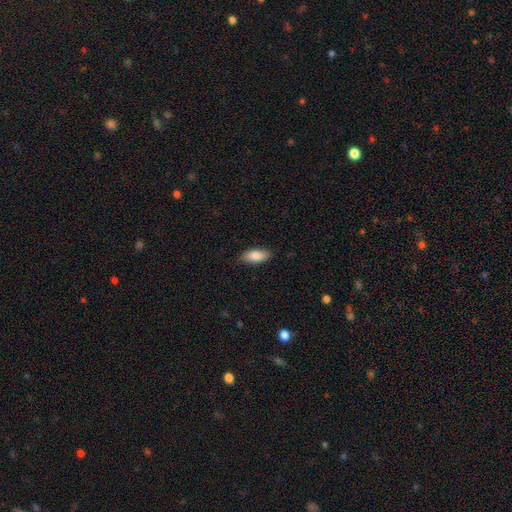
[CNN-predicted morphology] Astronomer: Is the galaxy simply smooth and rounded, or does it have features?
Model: smooth — 86%.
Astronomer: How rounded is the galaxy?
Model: in between — 87%.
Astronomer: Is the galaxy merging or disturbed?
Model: none — 85%.